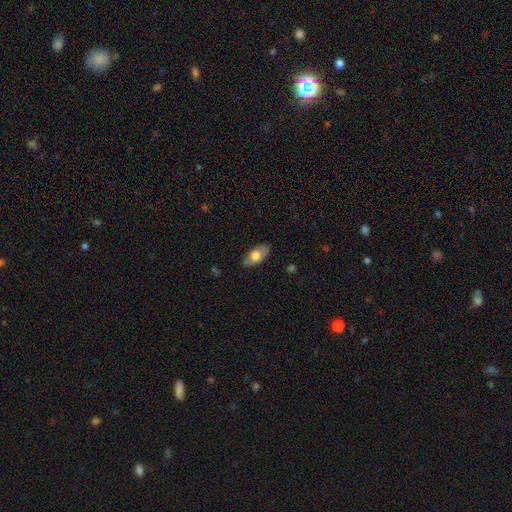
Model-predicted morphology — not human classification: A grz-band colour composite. It shows a smooth galaxy with no disk features (63%) that is in between round and cigar-shaped (91%). Merging: none (83%).